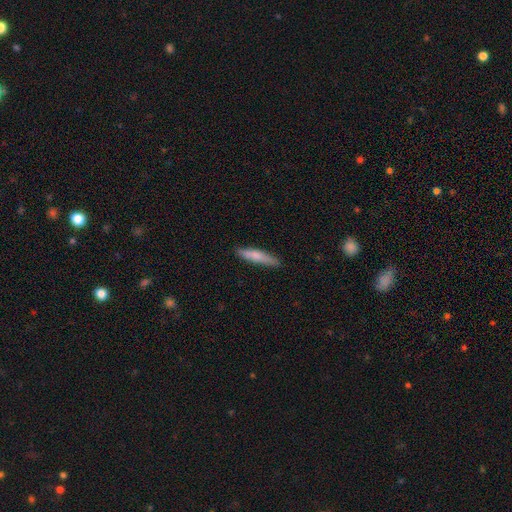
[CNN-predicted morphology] Overall: smooth (75%). How rounded: cigar-shaped (88%). Merging: none (85%).